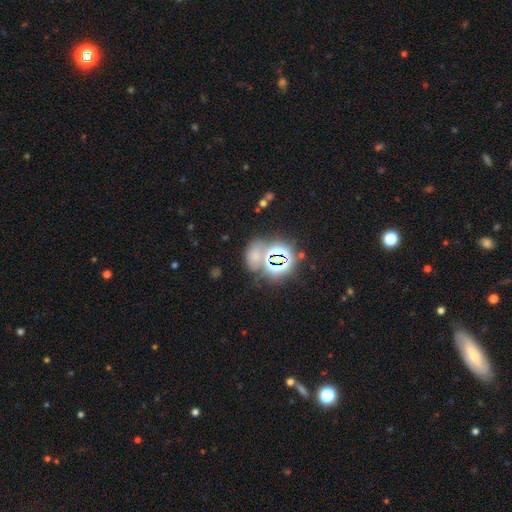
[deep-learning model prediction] This is possibly a star or artifact rather than a galaxy (48%).